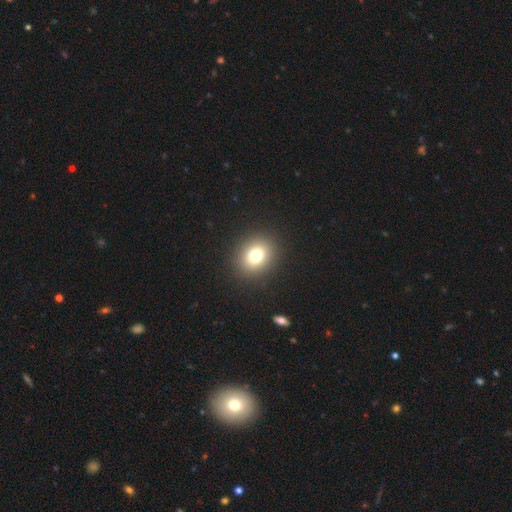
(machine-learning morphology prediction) A smooth galaxy with no disk features (76%) that is round (60%).

Vote fractions:
- Smooth or featured? smooth: 76% / star or artifact: 14% / featured or disk: 11%
- How rounded? round: 60% / in between: 39% / cigar-shaped: 1%
- Merging? none: 90% / minor disturbance: 6% / major disturbance: 3% / merger: 1%